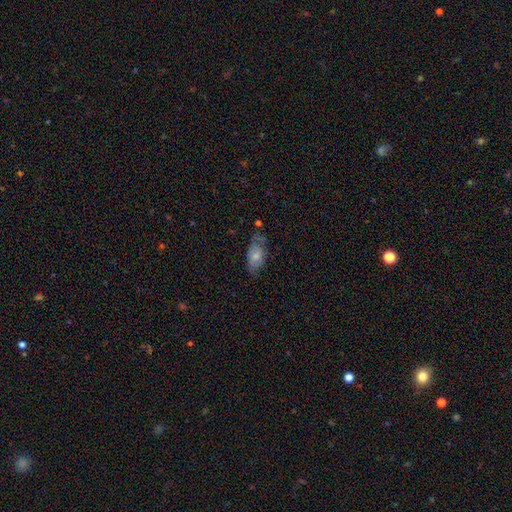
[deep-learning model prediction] smooth-or-featured: smooth: 63% | featured or disk: 30% | star or artifact: 7%
  how-rounded: in between: 90% | cigar-shaped: 5% | round: 4%
  merging: none: 53% | minor disturbance: 31% | major disturbance: 13% | merger: 3%